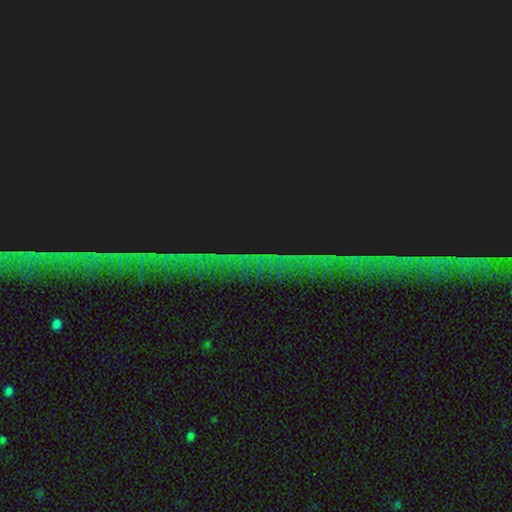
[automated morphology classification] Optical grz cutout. It shows a star or artifact, not a galaxy (88%).